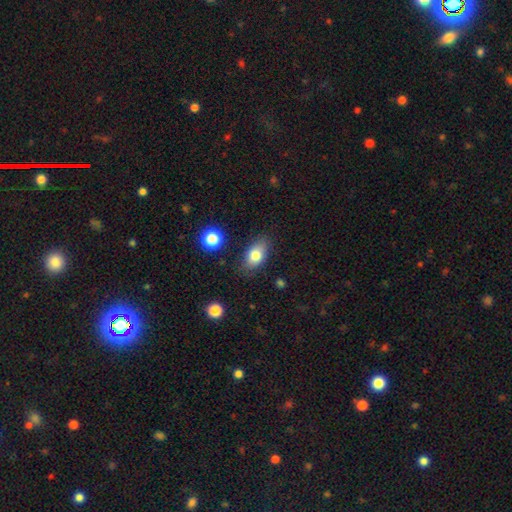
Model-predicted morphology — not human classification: smooth-or-featured: smooth: 79% | featured or disk: 13% | star or artifact: 9%
  how-rounded: in between: 87% | round: 10% | cigar-shaped: 3%
  merging: none: 79% | minor disturbance: 15% | major disturbance: 4% | merger: 2%